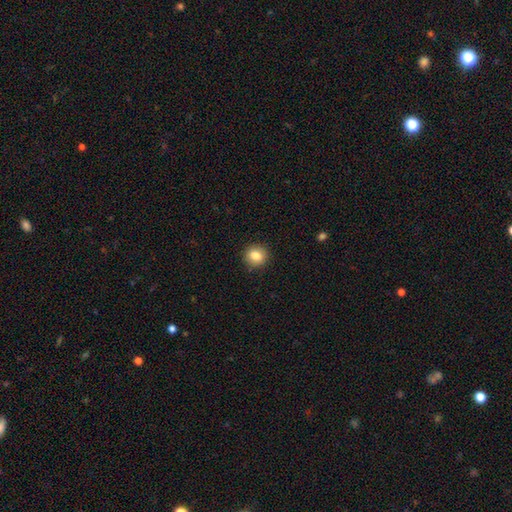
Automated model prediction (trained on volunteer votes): smooth_or_featured: smooth (p=0.83) [alt: star or artifact p=0.10]
how_rounded: round (p=0.84) [alt: in between p=0.15]
merging: none (p=0.91) [alt: minor disturbance p=0.06]